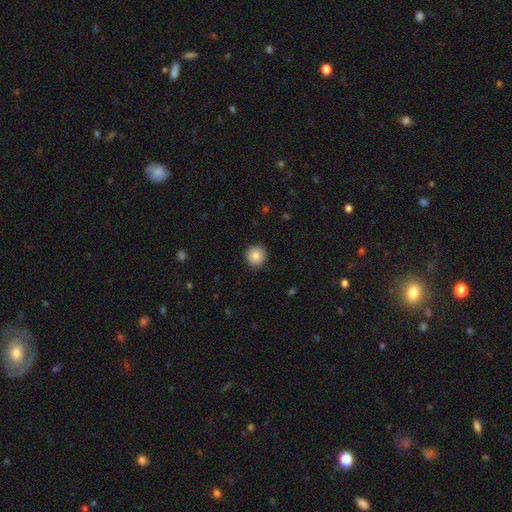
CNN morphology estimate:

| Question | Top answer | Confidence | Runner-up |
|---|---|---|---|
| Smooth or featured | smooth | 86% | star or artifact (9%) |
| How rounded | round | 95% | in between (4%) |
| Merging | none | 92% | minor disturbance (5%) |